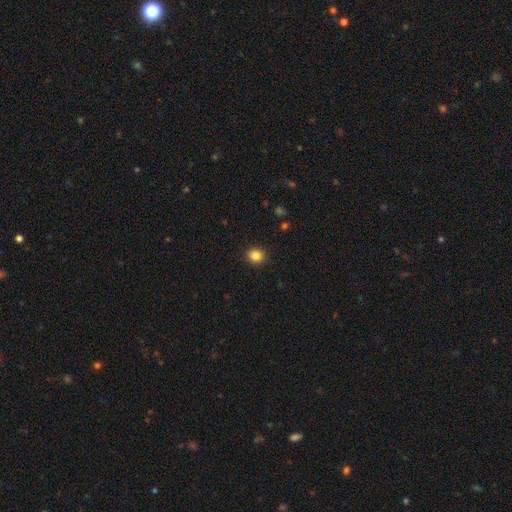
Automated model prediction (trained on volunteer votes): A smooth galaxy with no disk features (85%) that is round (80%). Merging: none (91%).